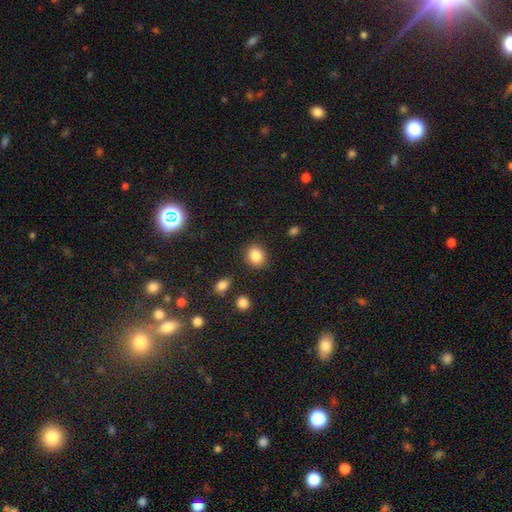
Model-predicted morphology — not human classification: This is clearly a smooth galaxy (85%). How rounded: likely round (64%). Merging: clearly none (87%).